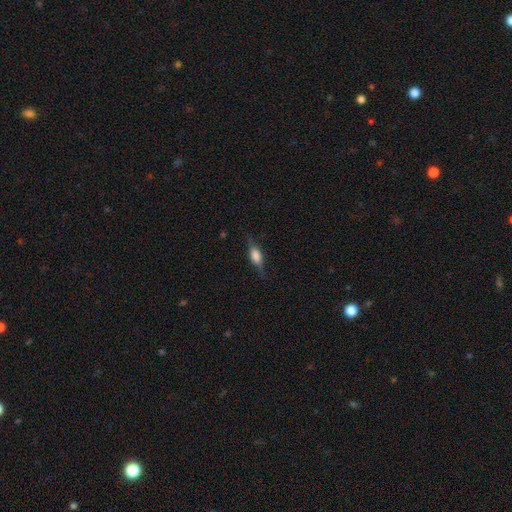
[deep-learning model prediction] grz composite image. It shows a smooth galaxy with no disk features (53%) that is in between round and cigar-shaped (68%). Merging: none (75%).